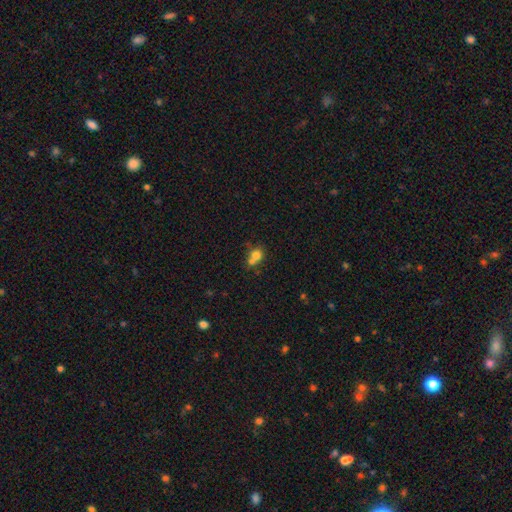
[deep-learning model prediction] Smooth or featured: smooth — 74% (featured or disk — 14%)
How rounded: round — 75% (in between — 23%)
Merging: merger — 54% (none — 35%)